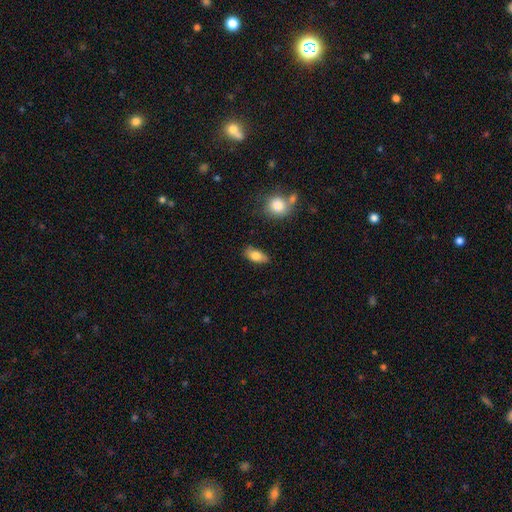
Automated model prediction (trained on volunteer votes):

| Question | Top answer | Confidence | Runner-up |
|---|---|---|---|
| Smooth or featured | smooth | 78% | featured or disk (15%) |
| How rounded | in between | 84% | cigar-shaped (11%) |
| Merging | none | 82% | minor disturbance (13%) |